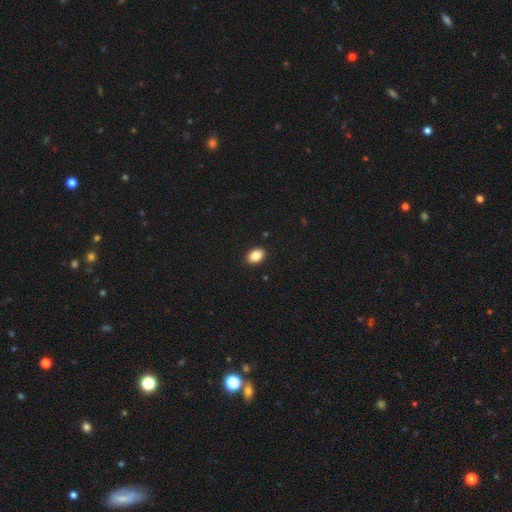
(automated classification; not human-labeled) This is clearly a smooth galaxy (86%). How rounded: clearly in between (80%). Merging: clearly none (91%).